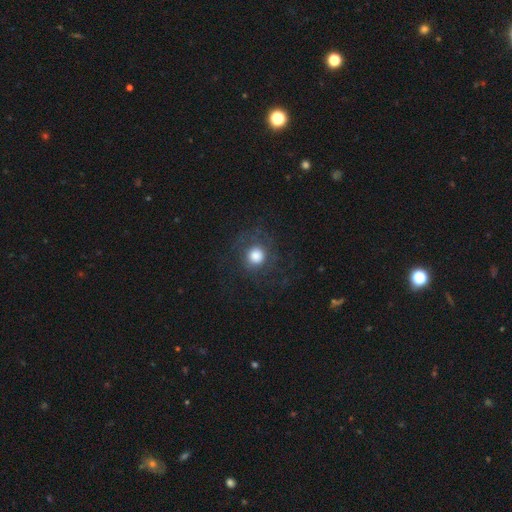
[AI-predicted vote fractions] smooth_or_featured: smooth (p=0.67) [alt: featured or disk p=0.20]
how_rounded: round (p=0.90) [alt: in between p=0.09]
merging: none (p=0.71) [alt: major disturbance p=0.14]